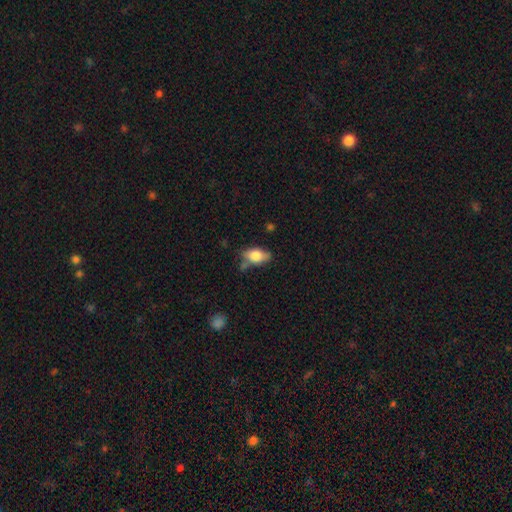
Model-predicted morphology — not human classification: type=smooth (78%); roundness=in between (88%); merging=none (59%).